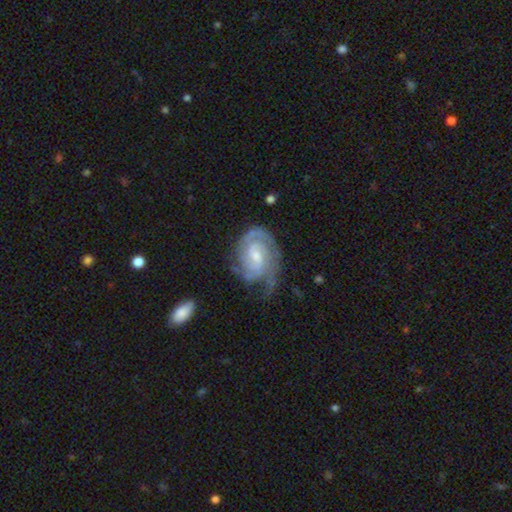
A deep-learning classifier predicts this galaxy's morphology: A featured or disk galaxy (88%) with a weak bar (53%), 2 (49%) tight (61%) spiral arms (97%) and a moderate central bulge (47%).

Vote fractions:
- Smooth or featured? featured or disk: 88% / smooth: 7% / star or artifact: 5%
- Edge-on disk? no: 98% / yes: 2%
- Bar? weak: 53% / no: 36% / strong: 10%
- Spiral arms? yes: 97% / no: 3%
- Spiral winding? tight: 61% / medium: 33% / loose: 6%
- Spiral arm count? 2: 49% / 3: 20% / can't tell: 18% / 4: 5% / 1: 5% / more than 4: 4%
- Bulge size? moderate: 47% / small: 43% / none: 5% / large: 4% / dominant: 1%
- Merging? none: 59% / minor disturbance: 25% / major disturbance: 14% / merger: 2%